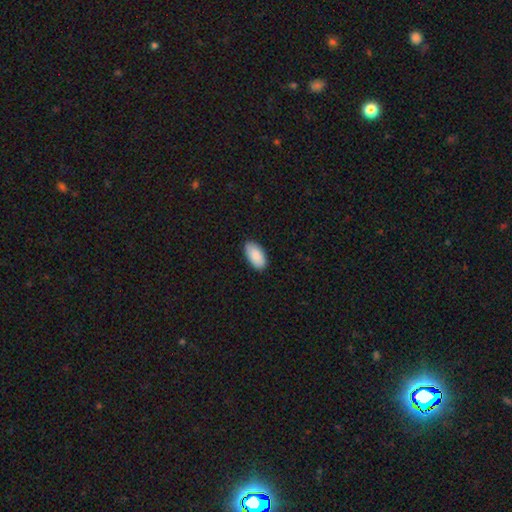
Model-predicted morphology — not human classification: A smooth galaxy with no disk features (89%) that is in between round and cigar-shaped (96%). Merging: none (87%).